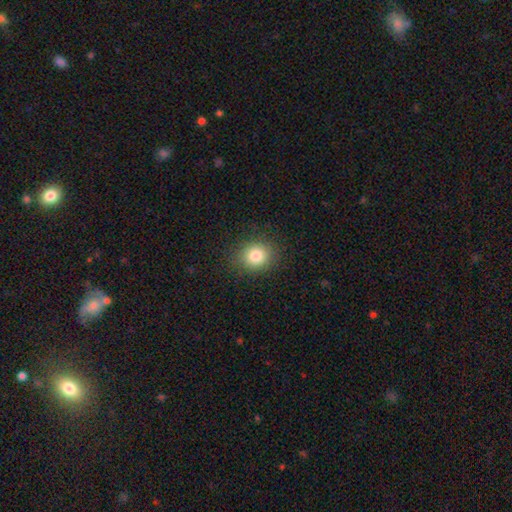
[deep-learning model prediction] smooth_or_featured: smooth (p=0.82) [alt: star or artifact p=0.11]
how_rounded: round (p=0.74) [alt: in between p=0.25]
merging: none (p=0.87) [alt: minor disturbance p=0.09]